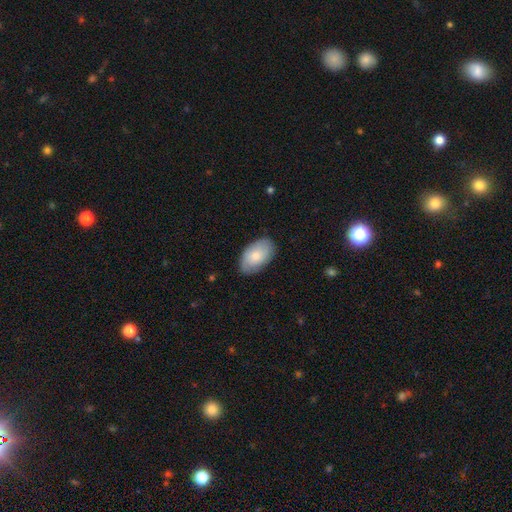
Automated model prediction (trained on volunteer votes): This is likely a smooth galaxy (72%). How rounded: clearly in between (93%). Merging: likely none (79%).